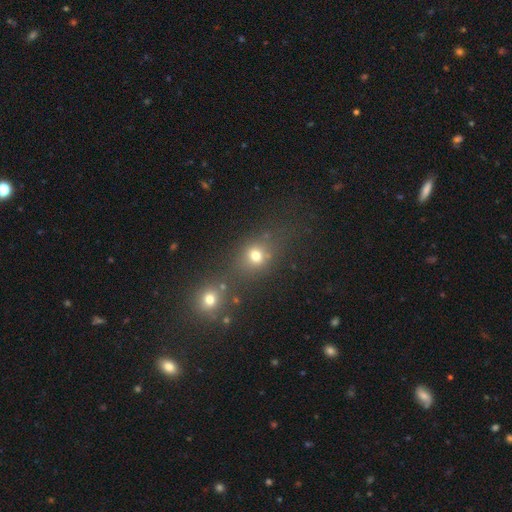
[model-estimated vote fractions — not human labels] Smooth or featured?
  - smooth: 68% *
  - star or artifact: 21%
  - featured or disk: 11%
How rounded?
  - round: 66% *
  - in between: 31%
  - cigar-shaped: 3%
Merging?
  - none: 54% *
  - merger: 29%
  - minor disturbance: 11%
  - major disturbance: 6%